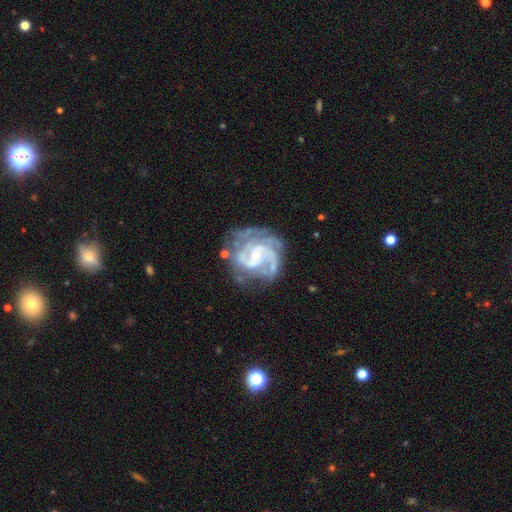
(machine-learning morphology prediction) Smooth or featured?
  - featured or disk: 90% *
  - star or artifact: 5%
  - smooth: 5%
Edge-on disk?
  - no: 98% *
  - yes: 2%
Bar?
  - no: 57% *
  - weak: 34%
  - strong: 9%
Spiral arms?
  - yes: 97% *
  - no: 3%
Spiral winding?
  - tight: 47% *
  - medium: 44%
  - loose: 9%
Spiral arm count?
  - 2: 44% *
  - 3: 23%
  - can't tell: 16%
  - 4: 7%
  - 1: 5%
  - more than 4: 4%
Bulge size?
  - small: 68% *
  - moderate: 28%
  - none: 1%
  - large: 1%
  - dominant: 1%
Merging?
  - none: 61% *
  - minor disturbance: 22%
  - major disturbance: 14%
  - merger: 3%